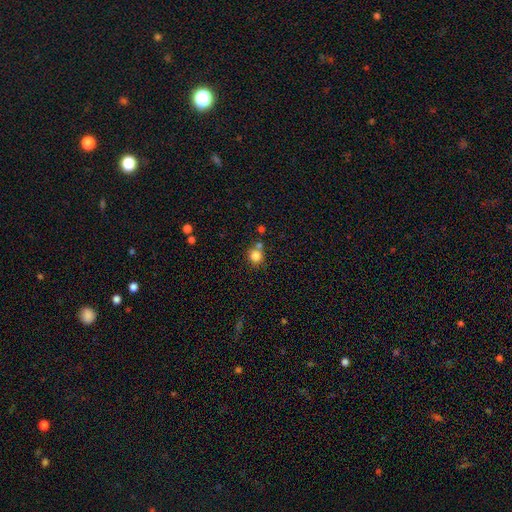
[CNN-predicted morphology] type=smooth (82%); roundness=round (89%); merging=none (67%).